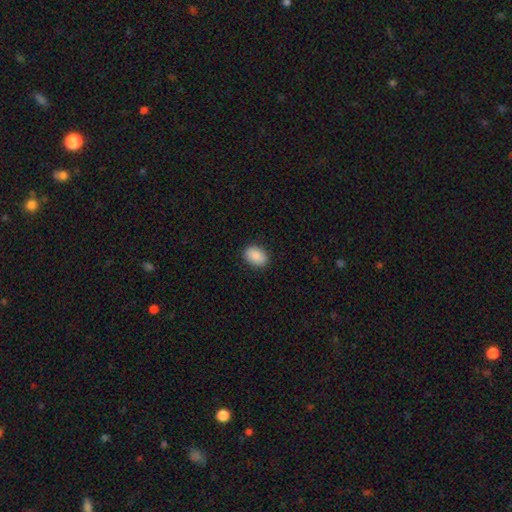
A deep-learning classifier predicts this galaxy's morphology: smooth_or_featured: smooth (p=0.88) [alt: star or artifact p=0.07]
how_rounded: in between (p=0.76) [alt: round p=0.22]
merging: none (p=0.89) [alt: minor disturbance p=0.08]